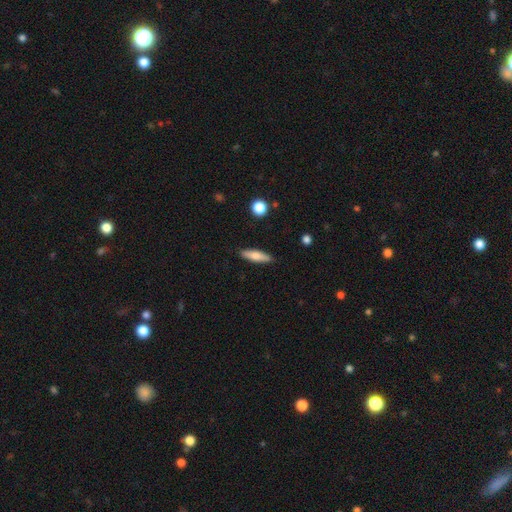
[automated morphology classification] A smooth galaxy with no disk features (67%) that is cigar-shaped (65%). Merging: none (87%).